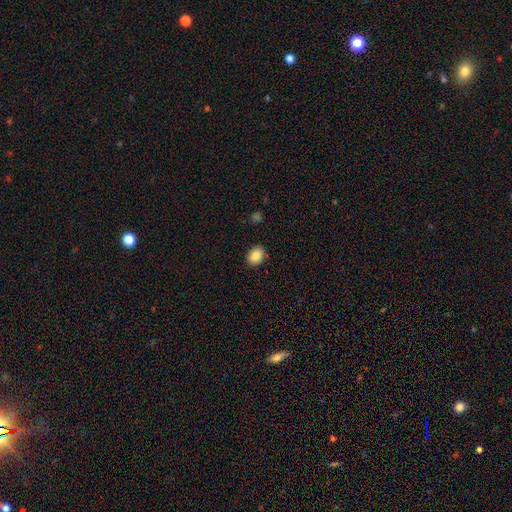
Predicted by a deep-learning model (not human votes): A smooth galaxy with no disk features (87%) that is in between round and cigar-shaped (70%). Merging: none (89%).